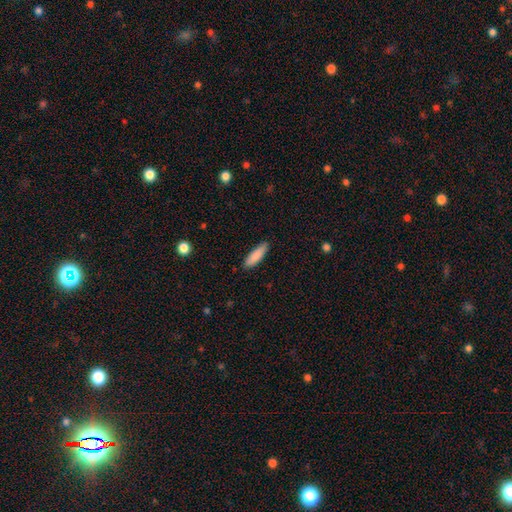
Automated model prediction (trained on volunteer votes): Q: Smooth or featured?
A: smooth (86%); runner-up: featured or disk (8%)
Q: How rounded?
A: cigar-shaped (63%); runner-up: in between (36%)
Q: Merging?
A: none (86%); runner-up: minor disturbance (11%)